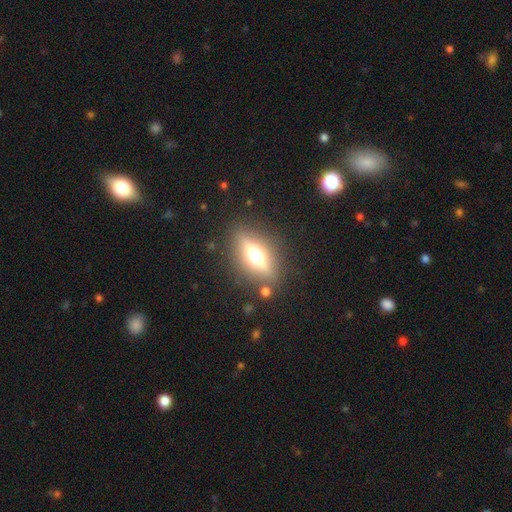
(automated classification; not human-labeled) Smooth or featured? Predicted: featured or disk (p=0.57). Edge-on disk? Predicted: yes (p=0.84). Merging? Predicted: none (p=0.84).